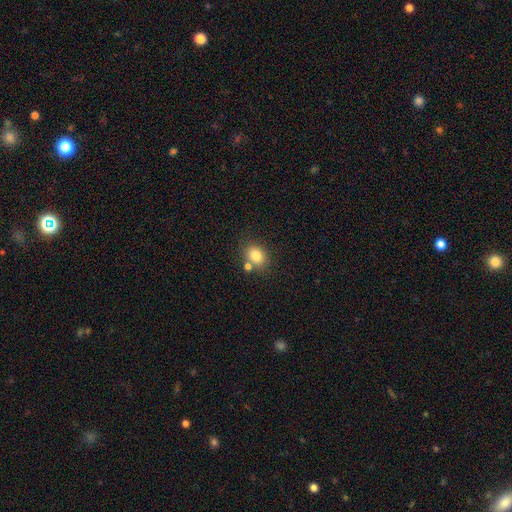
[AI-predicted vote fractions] Overall: smooth (81%). How rounded: in between (50%; round 49%). Merging: none (68%).